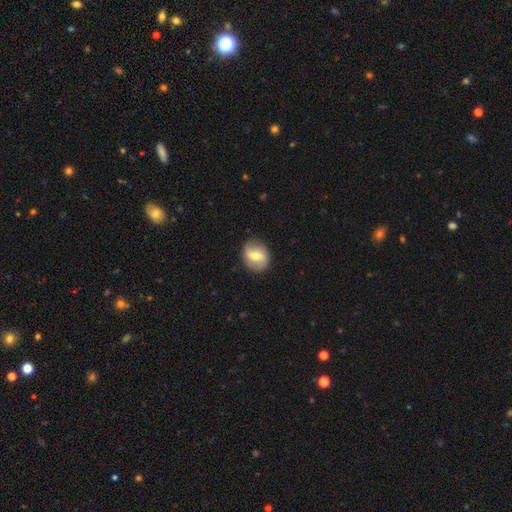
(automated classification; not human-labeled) Overall: smooth (53%; featured or disk 40%). How rounded: round (62%; in between 37%). Merging: none (87%).